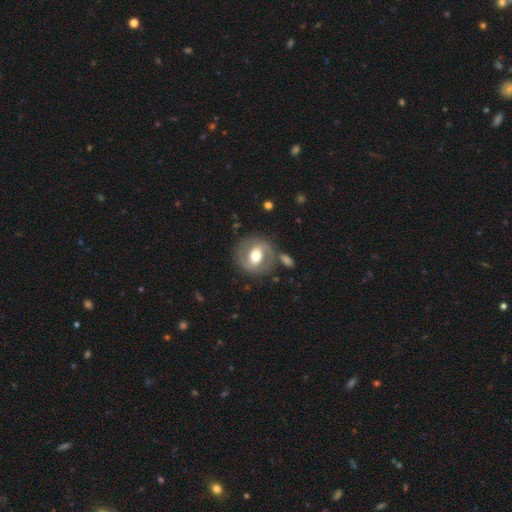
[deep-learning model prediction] smooth_or_featured: featured or disk (p=0.63) [alt: smooth p=0.31]
disk_edge_on: no (p=0.96) [alt: yes p=0.04]
bar: weak (p=0.39) [alt: strong p=0.33]
has_spiral_arms: yes (p=0.65) [alt: no p=0.35]
bulge_size: moderate (p=0.66) [alt: large p=0.24]
merging: none (p=0.76) [alt: minor disturbance p=0.13]